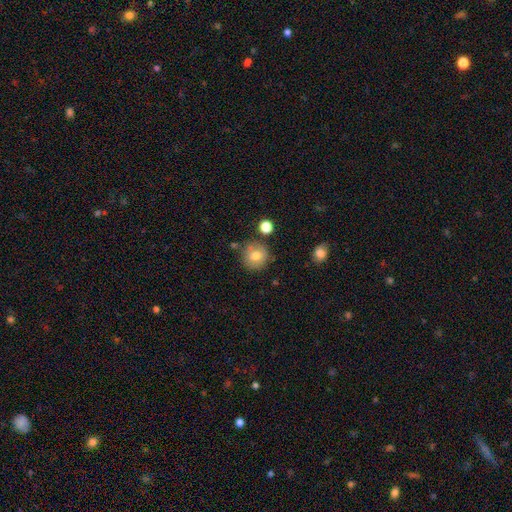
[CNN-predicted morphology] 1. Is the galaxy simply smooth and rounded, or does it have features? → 77% smooth, 13% featured or disk, 10% star or artifact.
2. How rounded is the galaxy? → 92% round, 7% in between, 1% cigar-shaped.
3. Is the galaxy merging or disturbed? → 79% none, 12% minor disturbance, 6% merger, 3% major disturbance.